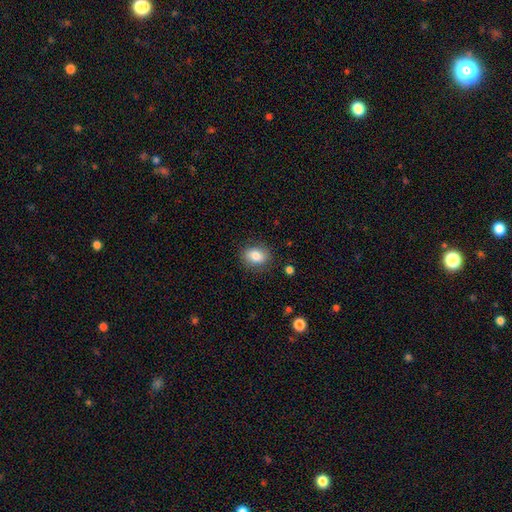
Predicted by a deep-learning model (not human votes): This appears to be a smooth galaxy with no disk features (82%) that is in between round and cigar-shaped (56%). Merging: none (85%).